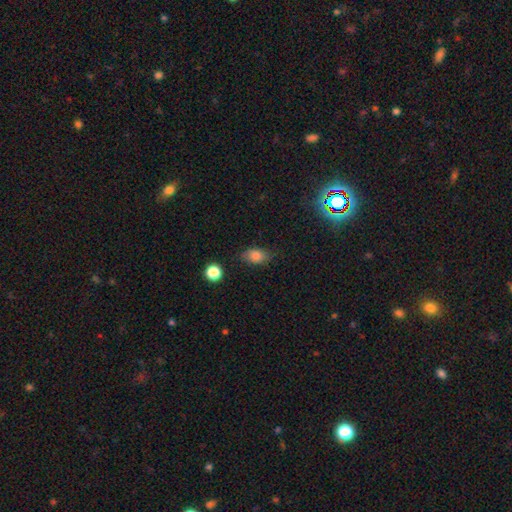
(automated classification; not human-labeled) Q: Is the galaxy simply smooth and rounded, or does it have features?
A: smooth — 81%.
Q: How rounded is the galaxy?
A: in between — 81%.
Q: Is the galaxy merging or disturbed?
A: none — 74%.